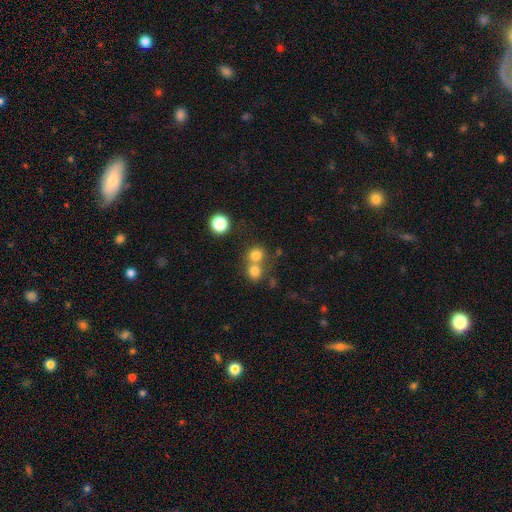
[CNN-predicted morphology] Smooth or featured? smooth (77%)
How rounded? round (83%)
Merging? merger (46%)